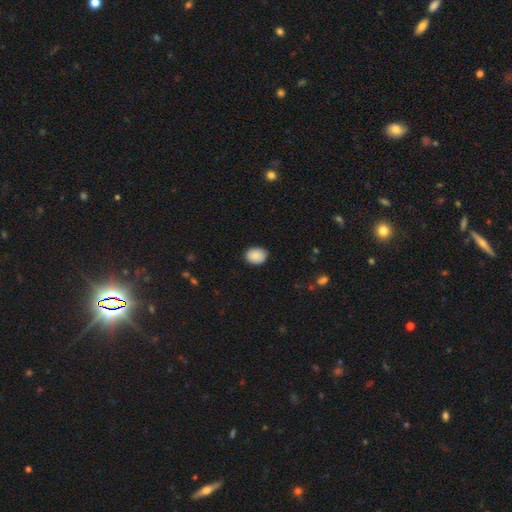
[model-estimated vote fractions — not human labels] A smooth galaxy with no disk features (89%) that is in between round and cigar-shaped (57%). Merging: none (87%).